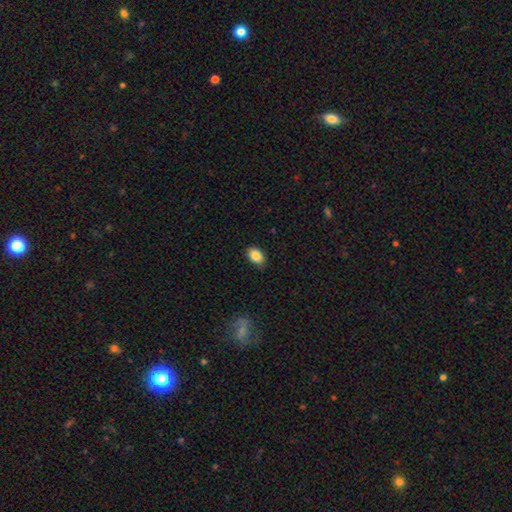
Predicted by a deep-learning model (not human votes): smooth-or-featured: smooth: 85% | star or artifact: 8% | featured or disk: 6%
  how-rounded: in between: 85% | round: 14% | cigar-shaped: 1%
  merging: none: 83% | minor disturbance: 14% | major disturbance: 2% | merger: 1%